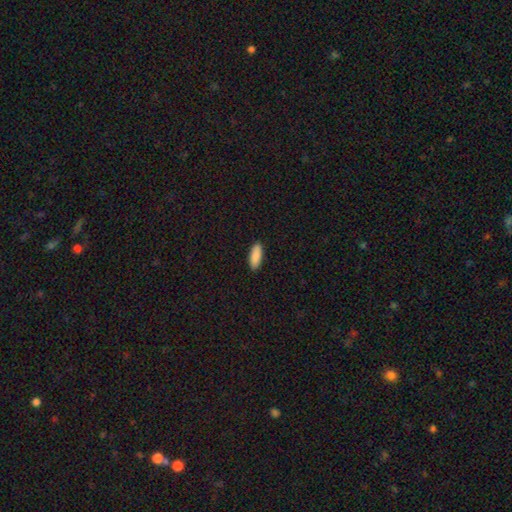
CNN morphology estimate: smooth_or_featured: smooth (p=0.90) [alt: star or artifact p=0.06]
how_rounded: in between (p=0.68) [alt: cigar-shaped p=0.30]
merging: none (p=0.91) [alt: minor disturbance p=0.07]